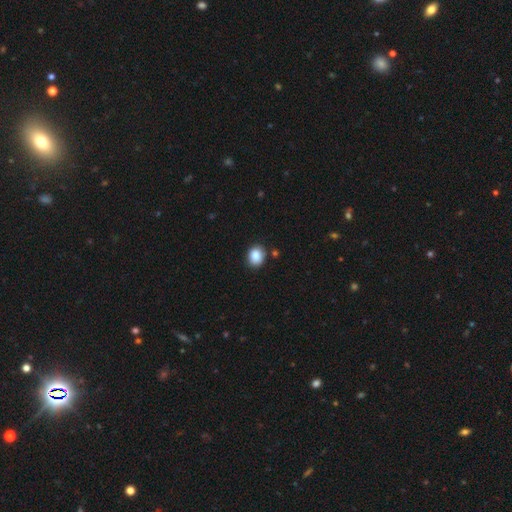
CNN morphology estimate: A smooth galaxy with no disk features (87%) that is round (55%). Merging: none (83%).